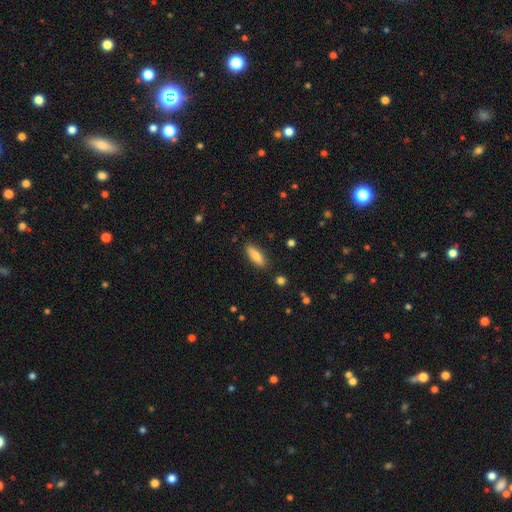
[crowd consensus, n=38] Q: Smooth or featured?
A: smooth (71%); runner-up: featured or disk (24%)
Q: How rounded?
A: cigar-shaped (63%); runner-up: in between (37%)
Q: Merging?
A: none (86%); runner-up: minor disturbance (11%)